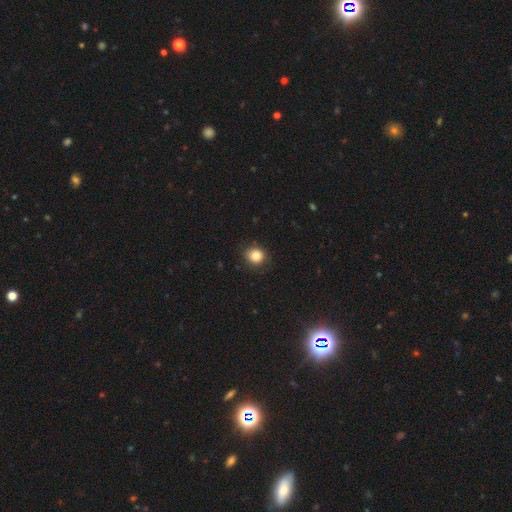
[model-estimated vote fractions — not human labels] Morphology: type=smooth (86%); roundness=round (88%); merging=none (86%).